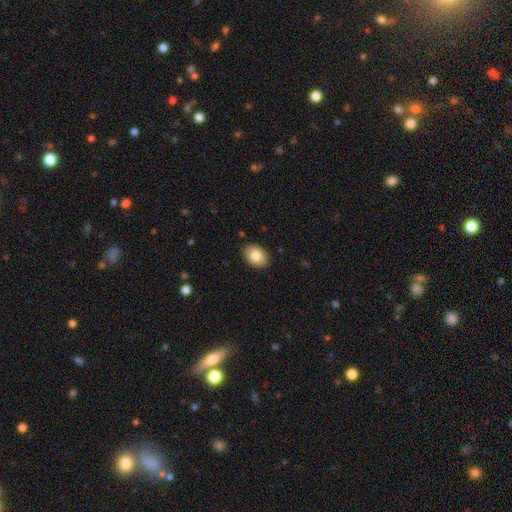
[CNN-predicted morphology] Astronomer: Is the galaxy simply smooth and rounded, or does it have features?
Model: smooth — 82%.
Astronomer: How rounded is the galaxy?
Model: in between — 77%.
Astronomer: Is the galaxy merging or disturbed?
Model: none — 88%.